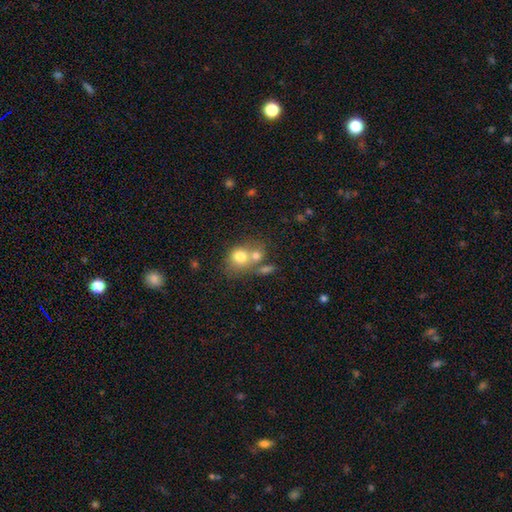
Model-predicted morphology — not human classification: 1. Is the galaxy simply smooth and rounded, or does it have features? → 74% smooth, 15% featured or disk, 11% star or artifact.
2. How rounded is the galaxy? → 67% round, 32% in between, 1% cigar-shaped.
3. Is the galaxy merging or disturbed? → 48% merger, 36% none, 10% minor disturbance, 5% major disturbance.